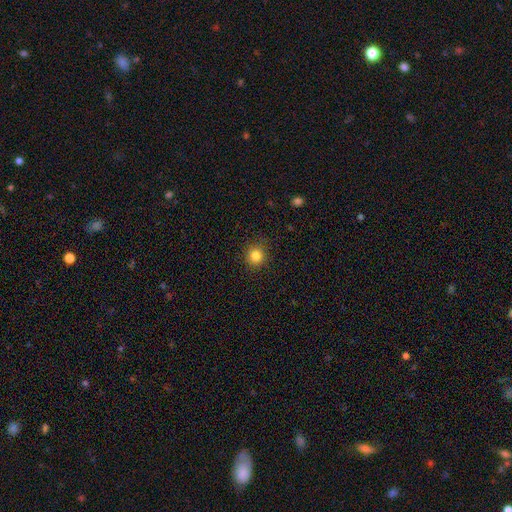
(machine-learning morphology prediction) A smooth galaxy with no disk features (83%) that is round (91%). Merging: none (89%).